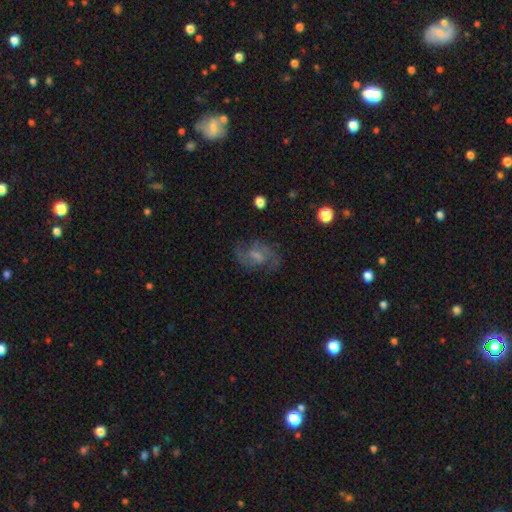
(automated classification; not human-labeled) featured or disk 69%, smooth 21%, star or artifact 9%. Down the decision tree: edge-on disk — no (97%); bar — weak (56%); spiral arms — yes (89%); spiral arm count — 2 (81%); spiral winding — medium (52%); bulge size — small (39%); merging — none (69%).